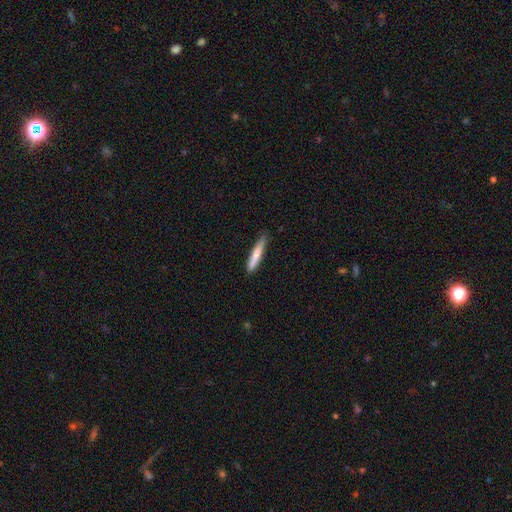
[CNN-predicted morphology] smooth_or_featured: smooth (p=0.77) [alt: featured or disk p=0.17]
how_rounded: cigar-shaped (p=0.93) [alt: in between p=0.06]
merging: none (p=0.81) [alt: minor disturbance p=0.16]